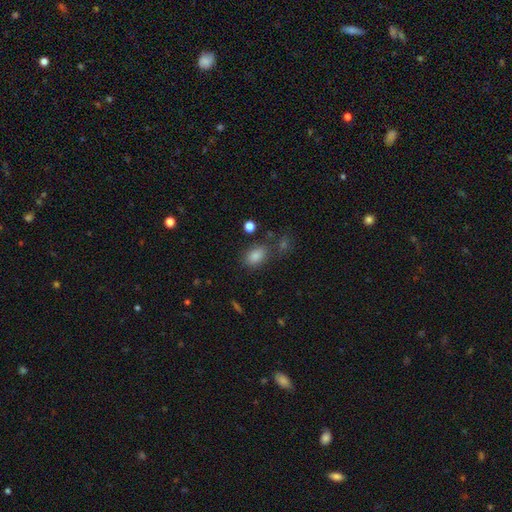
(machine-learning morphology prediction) The model was most divided on "merging": none: 71%, minor disturbance: 15%, merger: 8%, major disturbance: 6%. More confident: smooth or featured — smooth (84%); how rounded — in between (83%).